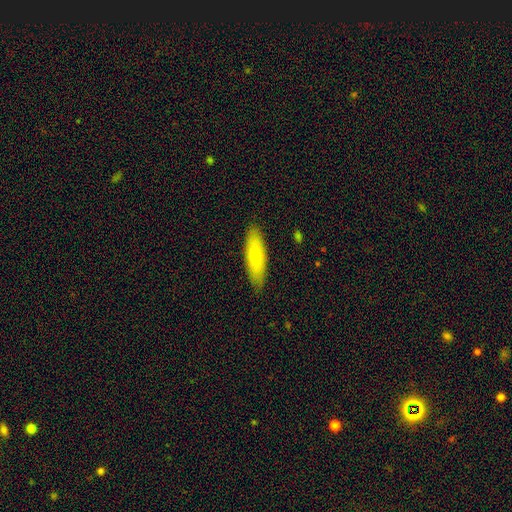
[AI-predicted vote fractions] Smooth or featured: smooth — 66% (featured or disk — 28%)
How rounded: cigar-shaped — 53% (in between — 45%)
Merging: none — 86% (minor disturbance — 11%)